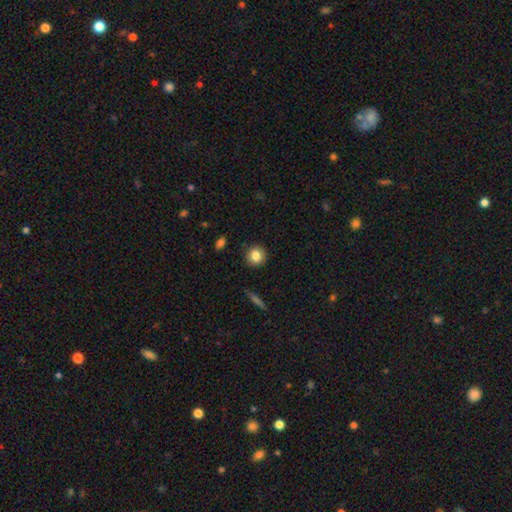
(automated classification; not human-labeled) Morphology: type=smooth (83%); roundness=round (90%); merging=none (90%).